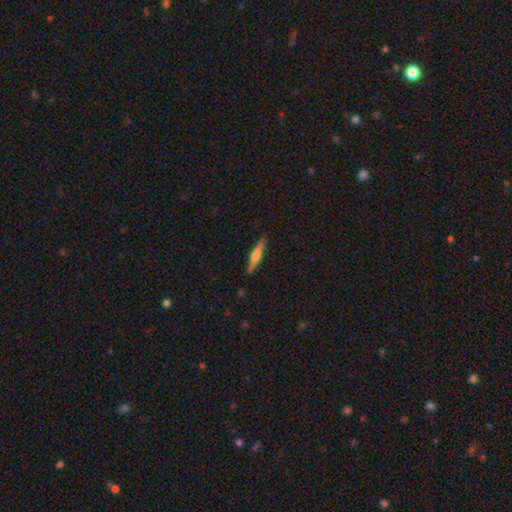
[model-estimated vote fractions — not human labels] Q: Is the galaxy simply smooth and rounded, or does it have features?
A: featured or disk — 61%.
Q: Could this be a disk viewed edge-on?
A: yes — 97%.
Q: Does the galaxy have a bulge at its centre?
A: rounded — 86%.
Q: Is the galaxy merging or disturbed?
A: none — 89%.